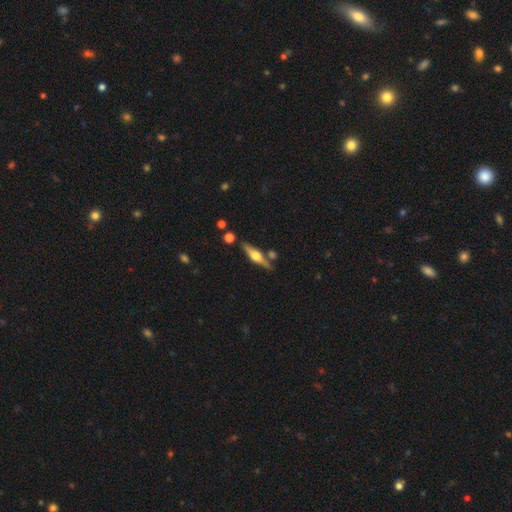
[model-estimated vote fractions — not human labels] Smooth or featured?
  - featured or disk: 73% *
  - smooth: 21%
  - star or artifact: 6%
Edge-on disk?
  - yes: 97% *
  - no: 3%
Edge-on bulge?
  - rounded: 93% *
  - boxy: 5%
  - none: 2%
Merging?
  - none: 81% *
  - minor disturbance: 10%
  - merger: 7%
  - major disturbance: 2%